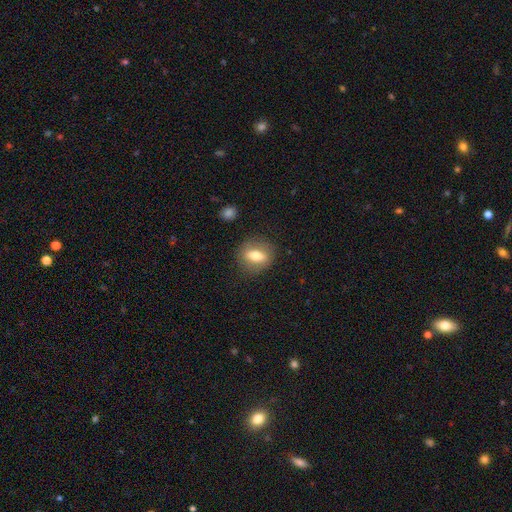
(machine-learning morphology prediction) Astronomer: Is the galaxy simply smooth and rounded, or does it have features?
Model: smooth — 64%.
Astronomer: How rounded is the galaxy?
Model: in between — 54% (runner-up: round, 37%).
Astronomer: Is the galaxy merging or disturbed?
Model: none — 83%.